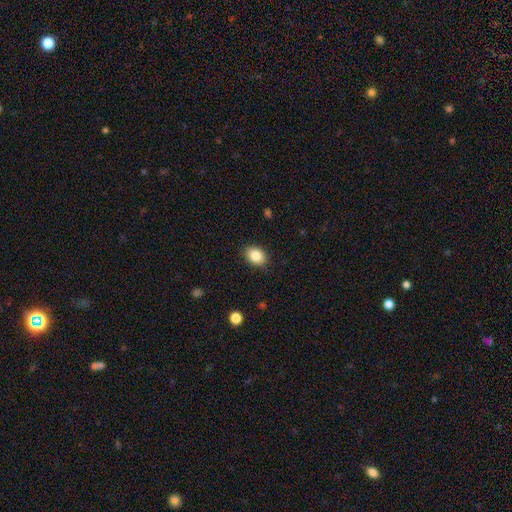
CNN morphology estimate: Overall: smooth (85%). How rounded: in between (71%). Merging: none (87%).